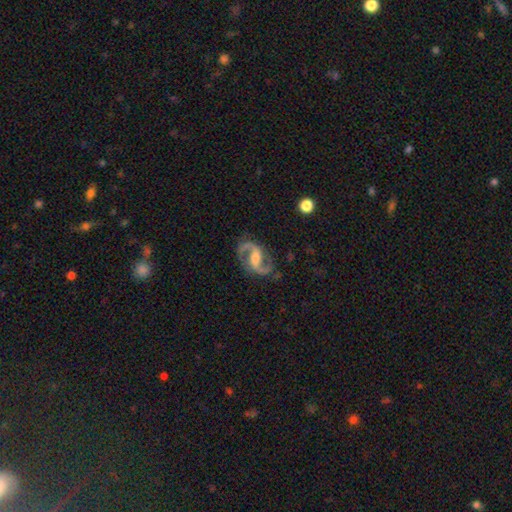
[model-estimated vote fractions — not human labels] Smooth or featured? featured or disk (92%)
Edge-on disk? no (98%)
Bar? weak (48%)
Spiral arms? yes (98%)
Spiral winding? medium (60%)
Spiral arm count? 2 (94%)
Bulge size? moderate (49%)
Merging? none (82%)